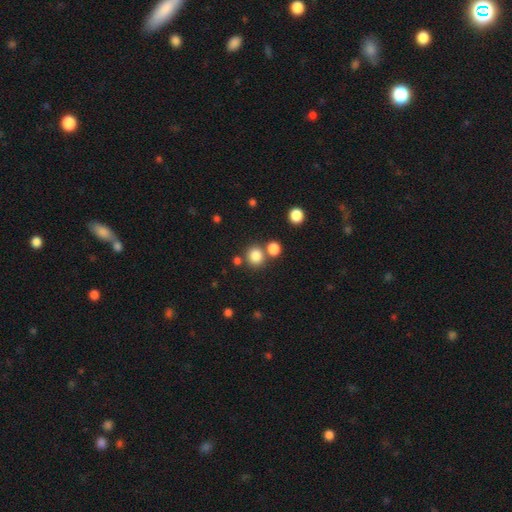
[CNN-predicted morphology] Smooth or featured? Predicted: smooth (p=0.82). How rounded? Predicted: round (p=0.87). Merging? Predicted: none (p=0.70).